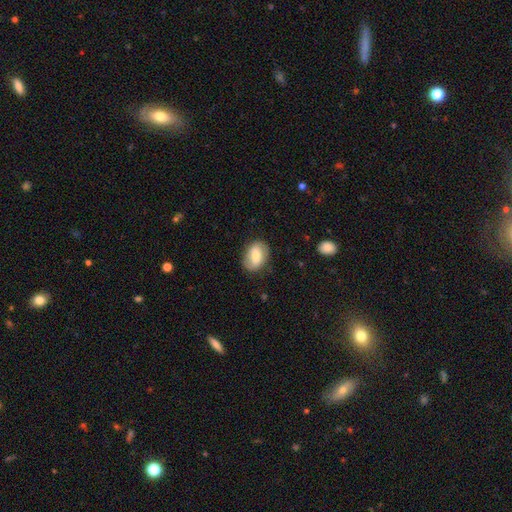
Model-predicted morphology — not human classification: Q: Smooth or featured?
A: smooth (66%); runner-up: featured or disk (27%)
Q: How rounded?
A: in between (78%); runner-up: round (21%)
Q: Merging?
A: none (81%); runner-up: minor disturbance (14%)